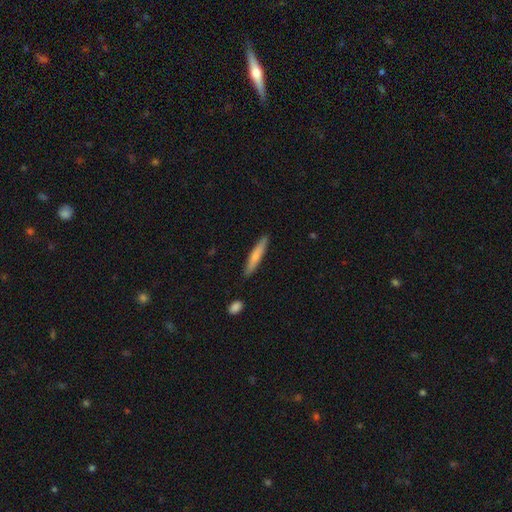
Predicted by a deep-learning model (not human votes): Q: Smooth or featured?
A: smooth (71%); runner-up: featured or disk (24%)
Q: How rounded?
A: cigar-shaped (93%); runner-up: in between (6%)
Q: Merging?
A: none (88%); runner-up: minor disturbance (8%)